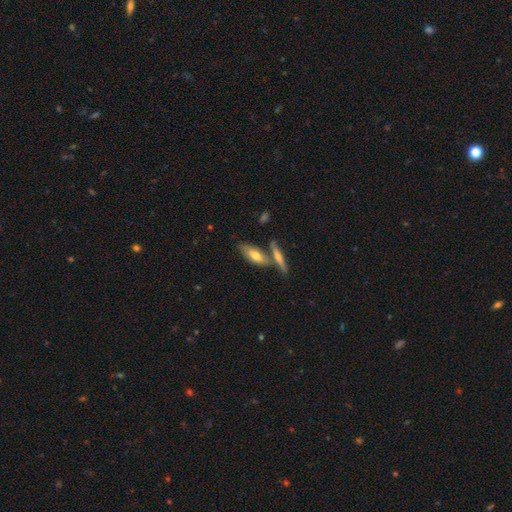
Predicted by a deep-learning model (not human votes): Q: Smooth or featured?
A: smooth (56%); runner-up: featured or disk (37%)
Q: How rounded?
A: in between (59%); runner-up: cigar-shaped (38%)
Q: Merging?
A: none (52%); runner-up: merger (32%)